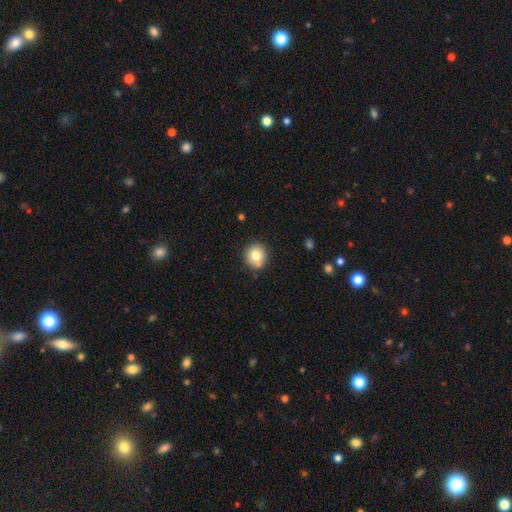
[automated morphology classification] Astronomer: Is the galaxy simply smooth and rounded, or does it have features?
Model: smooth — 80%.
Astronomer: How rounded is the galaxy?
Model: round — 88%.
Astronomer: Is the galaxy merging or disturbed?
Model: none — 79%.